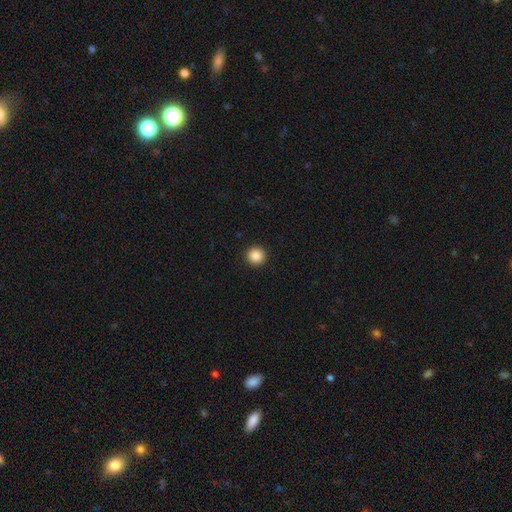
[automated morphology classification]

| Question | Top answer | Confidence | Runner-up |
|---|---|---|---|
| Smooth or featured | smooth | 88% | star or artifact (9%) |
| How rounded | round | 95% | in between (4%) |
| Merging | none | 93% | minor disturbance (4%) |